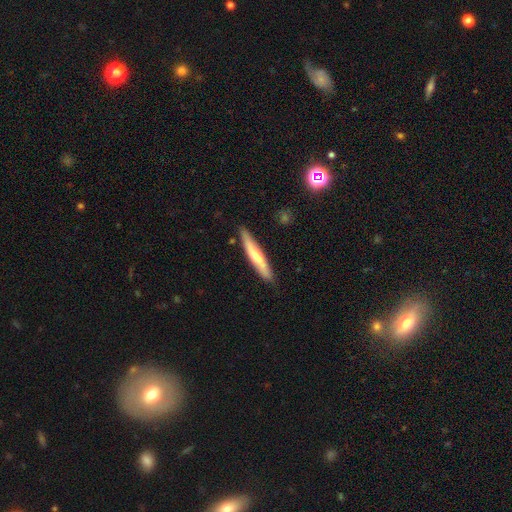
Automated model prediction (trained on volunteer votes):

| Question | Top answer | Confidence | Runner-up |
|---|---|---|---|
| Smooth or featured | smooth | 58% | featured or disk (37%) |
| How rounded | cigar-shaped | 92% | in between (7%) |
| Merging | none | 87% | minor disturbance (10%) |